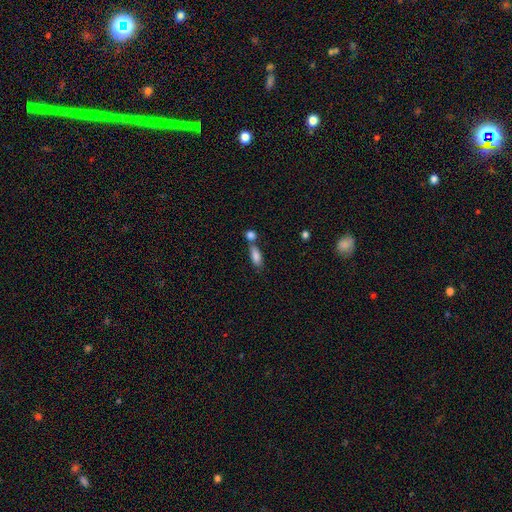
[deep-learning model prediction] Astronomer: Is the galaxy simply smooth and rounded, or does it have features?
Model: smooth — 83%.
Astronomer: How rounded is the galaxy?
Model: in between — 75%.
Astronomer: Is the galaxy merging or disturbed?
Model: none — 43% (runner-up: merger, 40%).